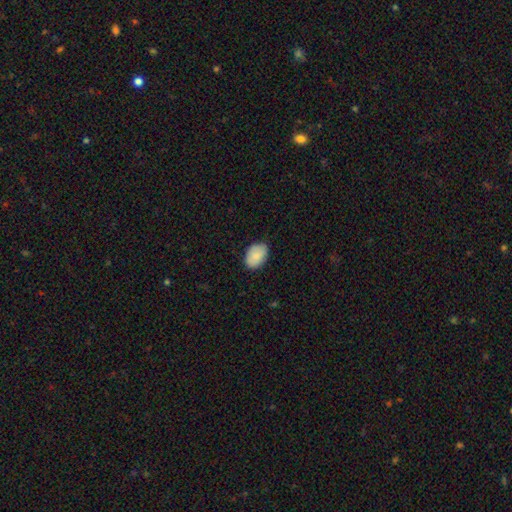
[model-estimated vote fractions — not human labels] Smooth or featured? smooth (87%)
How rounded? in between (86%)
Merging? none (81%)